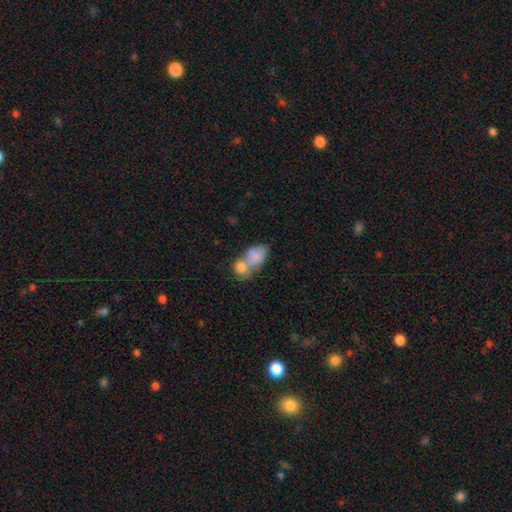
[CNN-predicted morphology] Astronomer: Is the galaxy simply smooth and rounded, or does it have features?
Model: smooth — 76%.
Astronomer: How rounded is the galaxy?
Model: in between — 81%.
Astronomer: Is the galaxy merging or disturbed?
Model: merger — 65%.